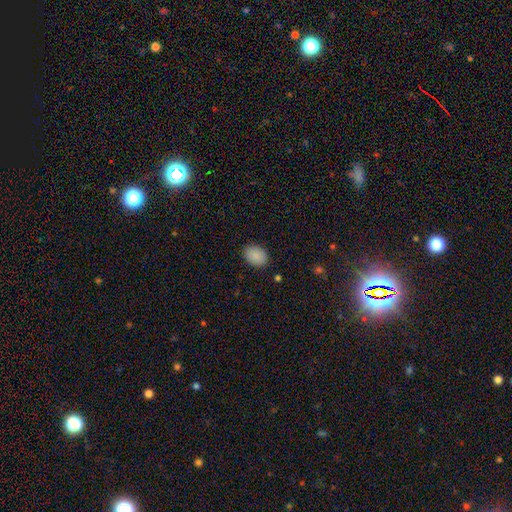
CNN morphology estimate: This appears to be a smooth galaxy with no disk features (89%) that is in between round and cigar-shaped (66%). Merging: none (86%).